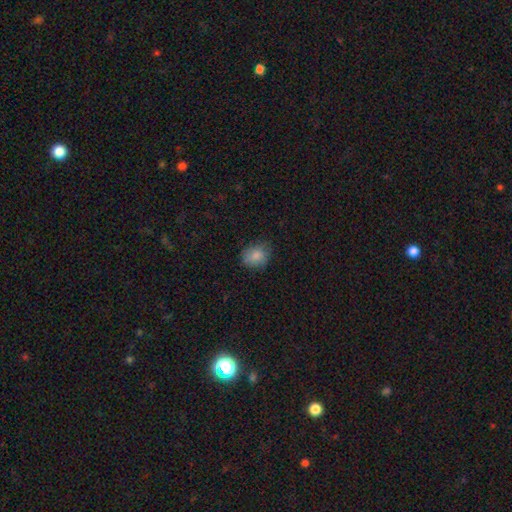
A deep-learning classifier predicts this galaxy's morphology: Q: Smooth or featured?
A: smooth (84%); runner-up: star or artifact (9%)
Q: How rounded?
A: round (54%); runner-up: in between (45%)
Q: Merging?
A: none (75%); runner-up: minor disturbance (19%)